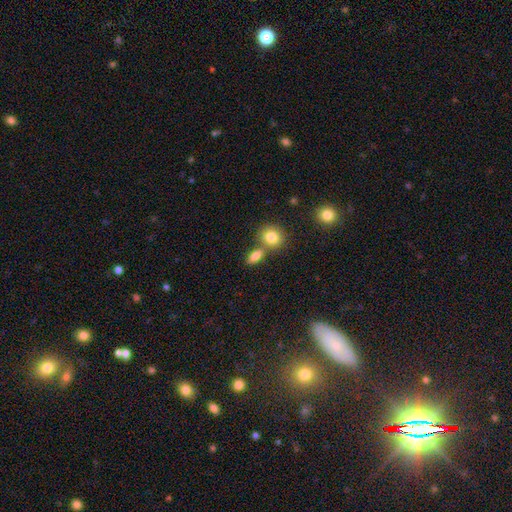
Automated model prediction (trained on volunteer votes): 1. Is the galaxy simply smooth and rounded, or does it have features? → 82% smooth, 9% star or artifact, 9% featured or disk.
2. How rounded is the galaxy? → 73% in between, 20% round, 7% cigar-shaped.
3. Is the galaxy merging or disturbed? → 56% none, 30% merger, 10% minor disturbance, 4% major disturbance.